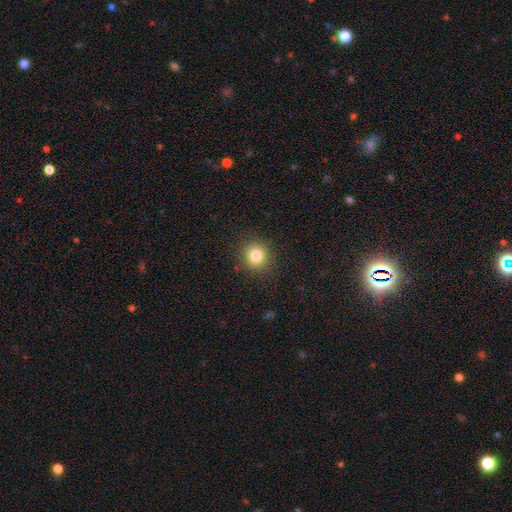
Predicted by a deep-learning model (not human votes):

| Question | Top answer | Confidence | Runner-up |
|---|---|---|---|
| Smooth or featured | smooth | 82% | star or artifact (12%) |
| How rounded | round | 89% | in between (10%) |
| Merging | none | 89% | minor disturbance (7%) |